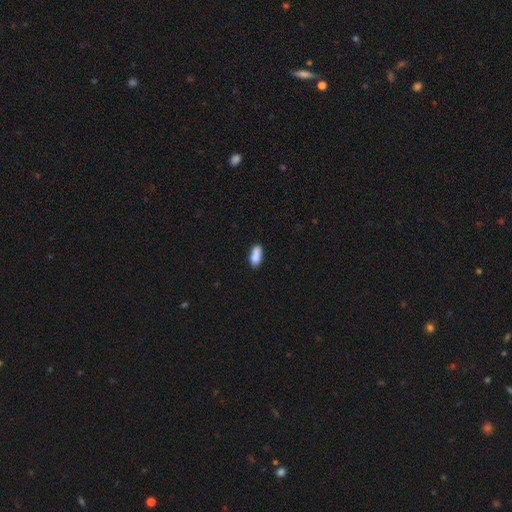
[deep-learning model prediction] smooth-or-featured: smooth: 81% | featured or disk: 11% | star or artifact: 8%
  how-rounded: in between: 82% | cigar-shaped: 15% | round: 4%
  merging: none: 57% | minor disturbance: 20% | merger: 18% | major disturbance: 5%